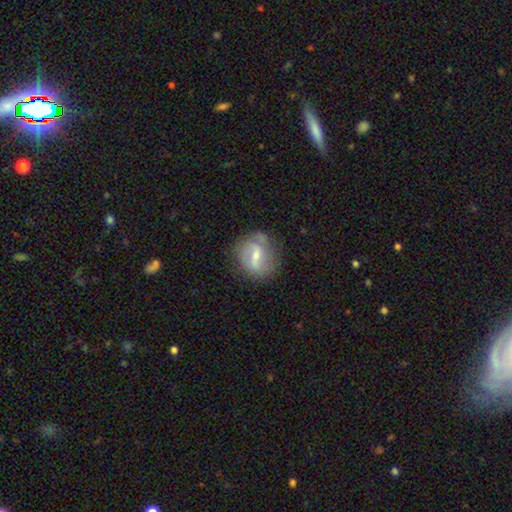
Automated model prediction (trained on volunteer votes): featured or disk 59%, smooth 33%, star or artifact 8%. Down the decision tree: edge-on disk — no (95%); bar — weak (52%); spiral arms — yes (70%); bulge size — moderate (46%); merging — none (67%).